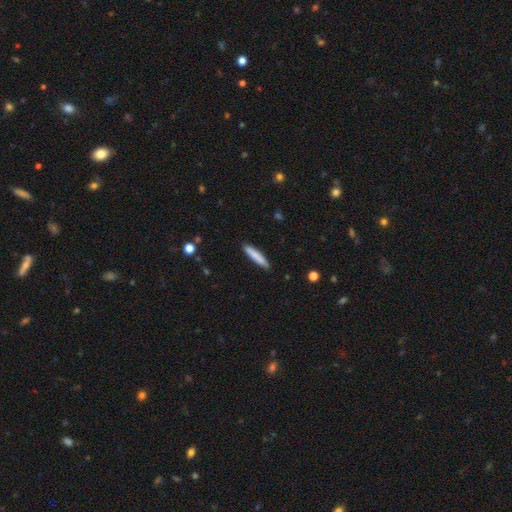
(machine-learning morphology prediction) A smooth galaxy with no disk features (80%) that is cigar-shaped (90%). Merging: none (89%).